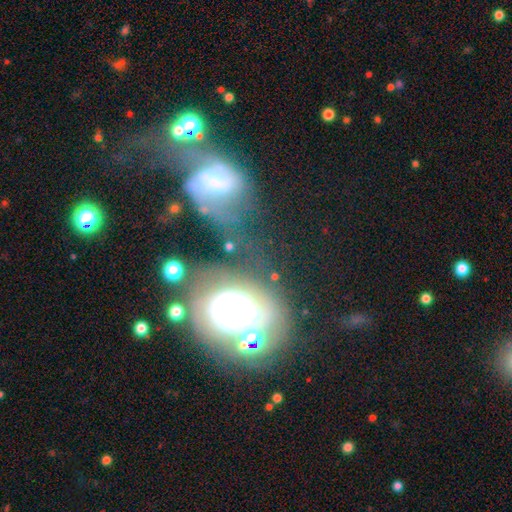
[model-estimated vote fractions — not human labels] Smooth or featured: featured or disk — 51% (star or artifact — 28%)
Edge-on disk: no — 93% (yes — 7%)
Merging: none — 34% (merger — 27%)